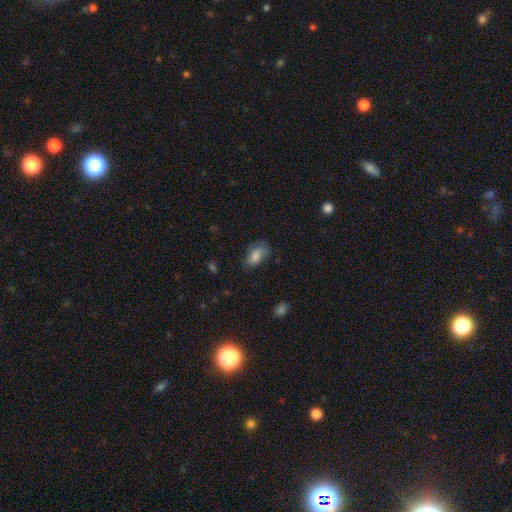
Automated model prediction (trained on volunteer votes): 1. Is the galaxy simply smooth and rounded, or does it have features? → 84% smooth, 8% featured or disk, 8% star or artifact.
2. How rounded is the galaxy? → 91% in between, 6% round, 3% cigar-shaped.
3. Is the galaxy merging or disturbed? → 67% none, 24% minor disturbance, 7% major disturbance, 2% merger.